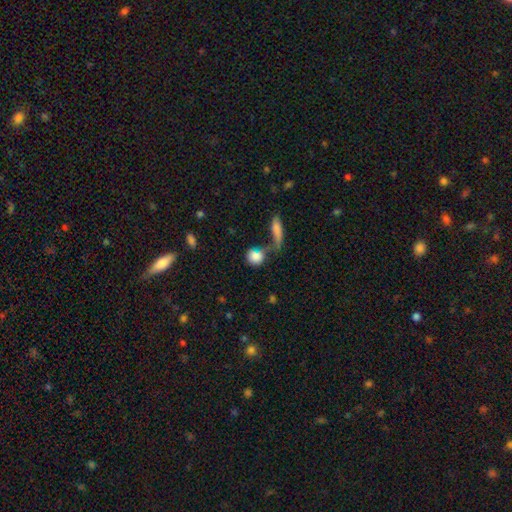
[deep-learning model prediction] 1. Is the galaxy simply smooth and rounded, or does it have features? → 81% smooth, 10% featured or disk, 9% star or artifact.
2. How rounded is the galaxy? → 65% round, 30% in between, 6% cigar-shaped.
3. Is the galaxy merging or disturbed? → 38% merger (tied), 38% none (tied), 12% minor disturbance, 12% major disturbance.